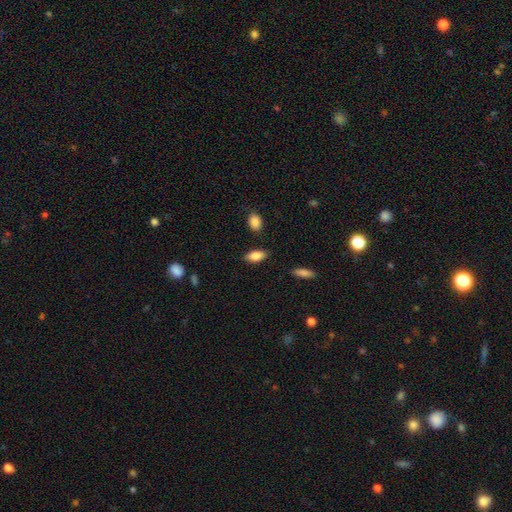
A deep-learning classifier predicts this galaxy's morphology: Smooth or featured: smooth — 85% (featured or disk — 8%)
How rounded: in between — 88% (cigar-shaped — 8%)
Merging: none — 85% (minor disturbance — 10%)